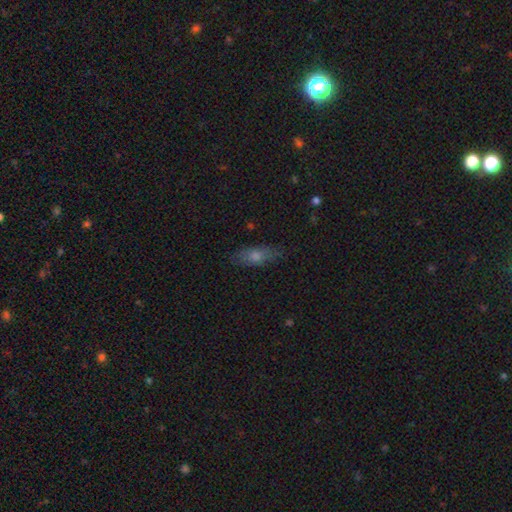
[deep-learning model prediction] Q: Smooth or featured?
A: smooth (56%); runner-up: featured or disk (31%)
Q: How rounded?
A: in between (56%); runner-up: cigar-shaped (39%)
Q: Merging?
A: none (83%); runner-up: minor disturbance (13%)